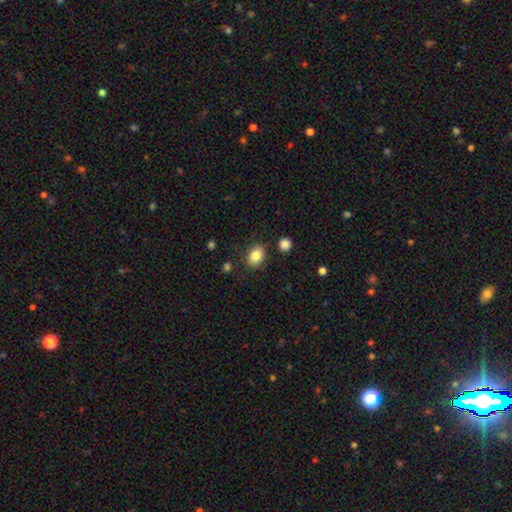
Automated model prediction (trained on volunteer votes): Smooth or featured: smooth — 85% (star or artifact — 9%)
How rounded: in between — 59% (round — 40%)
Merging: none — 80% (minor disturbance — 13%)